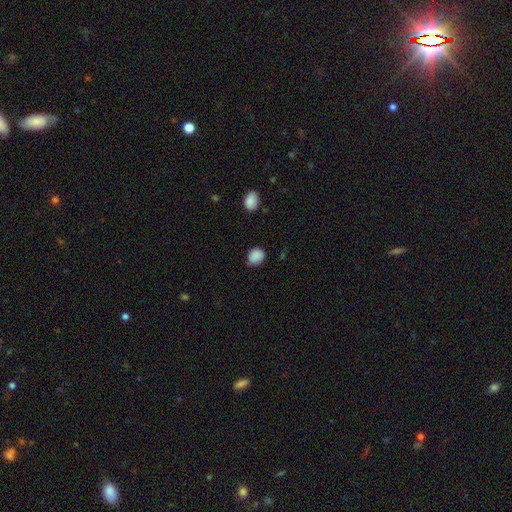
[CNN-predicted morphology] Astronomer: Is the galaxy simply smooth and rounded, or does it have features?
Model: smooth — 87%.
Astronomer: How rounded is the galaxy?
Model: round — 70%.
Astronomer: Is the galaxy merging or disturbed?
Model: none — 70%.